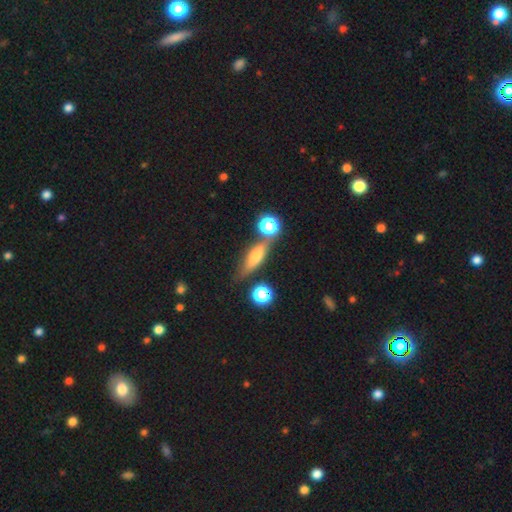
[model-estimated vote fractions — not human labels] The model was most divided on "smooth or featured" (2-way tie): featured or disk: 44%, smooth: 44%, star or artifact: 12%. More confident: merging — none (70%).